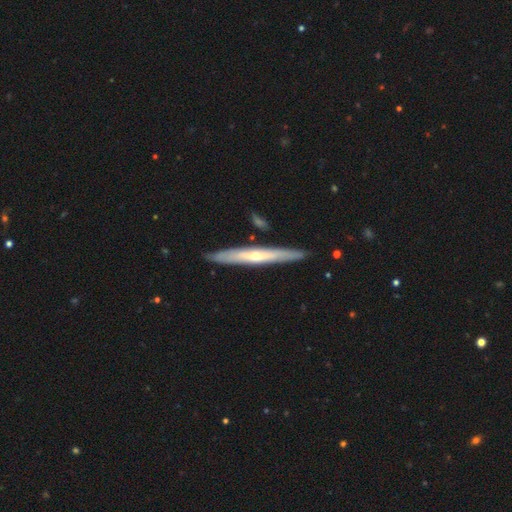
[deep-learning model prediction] The model was most divided on "smooth or featured": featured or disk: 66%, smooth: 29%, star or artifact: 5%. More confident: edge-on disk — yes (89%); merging — none (88%); edge-on bulge — rounded (68%).